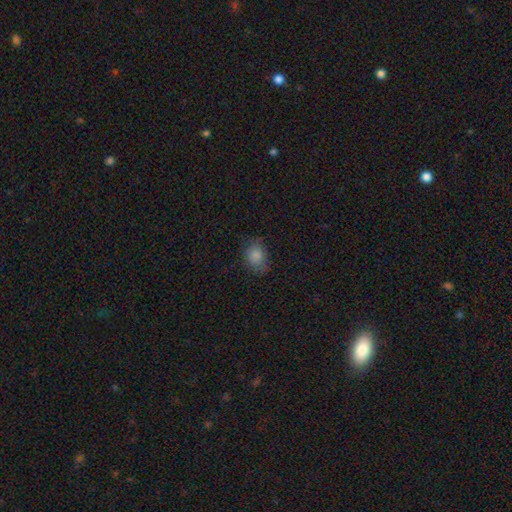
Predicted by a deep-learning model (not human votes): Smooth or featured? Predicted: smooth (p=0.84). How rounded? Predicted: in between (p=0.58). Merging? Predicted: none (p=0.67).